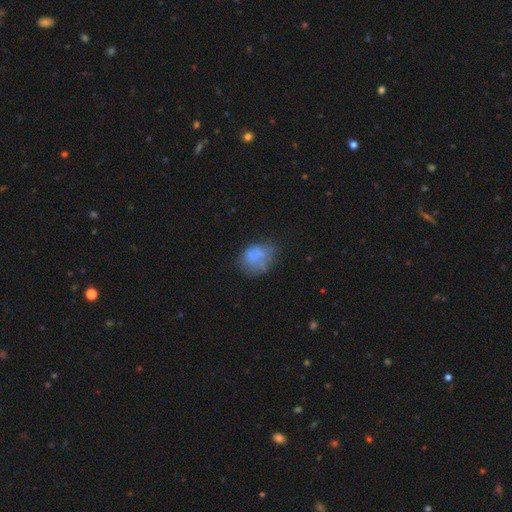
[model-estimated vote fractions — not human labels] A smooth galaxy with no disk features (60%) that is in between round and cigar-shaped (51%).

Vote fractions:
- Smooth or featured? smooth: 60% / featured or disk: 28% / star or artifact: 12%
- How rounded? in between: 51% / round: 48% / cigar-shaped: 1%
- Merging? none: 43% / minor disturbance: 30% / major disturbance: 20% / merger: 7%